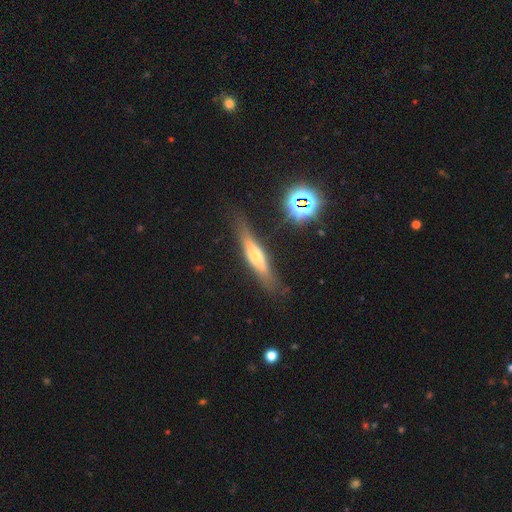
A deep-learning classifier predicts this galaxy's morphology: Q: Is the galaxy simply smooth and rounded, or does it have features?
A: featured or disk — 51%.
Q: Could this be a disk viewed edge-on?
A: yes — 88%.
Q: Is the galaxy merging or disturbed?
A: none — 77%.